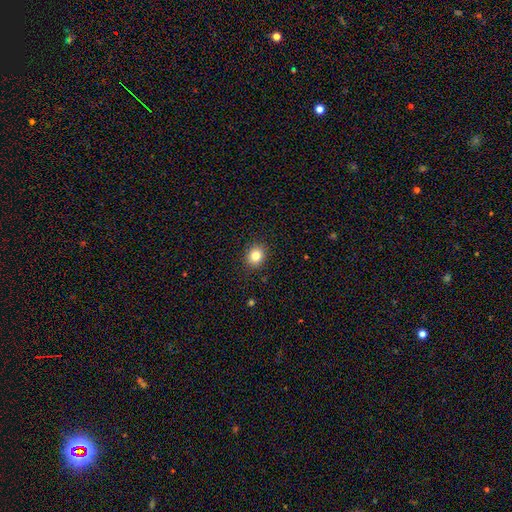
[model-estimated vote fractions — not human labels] Overall: smooth (82%). How rounded: round (75%). Merging: none (90%).